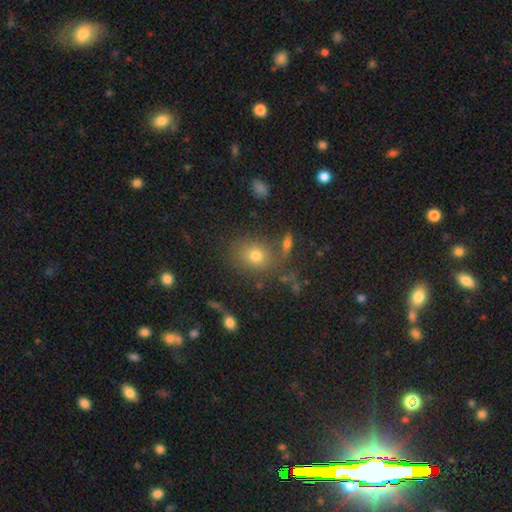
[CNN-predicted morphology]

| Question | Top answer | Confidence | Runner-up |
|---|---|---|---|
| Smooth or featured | smooth | 73% | star or artifact (15%) |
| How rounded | round | 62% | in between (37%) |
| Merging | none | 74% | minor disturbance (12%) |